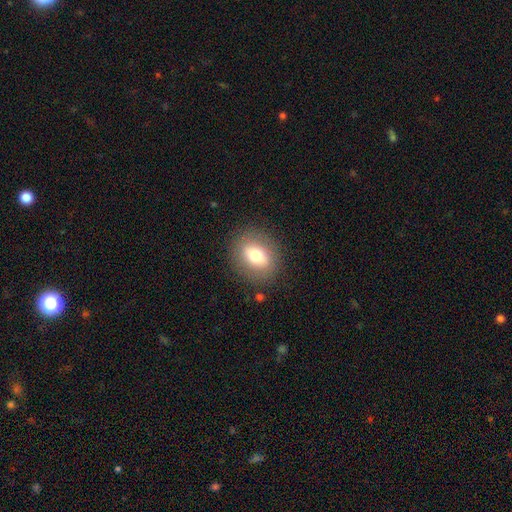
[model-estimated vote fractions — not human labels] Overall: smooth (71%). How rounded: in between (59%; round 39%). Merging: none (85%).